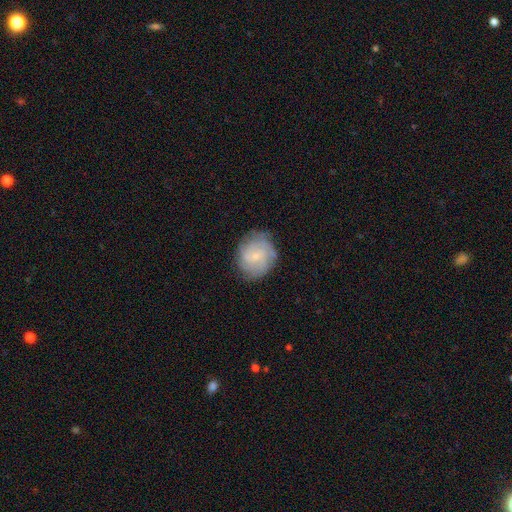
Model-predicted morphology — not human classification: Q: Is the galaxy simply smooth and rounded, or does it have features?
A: featured or disk — 65%.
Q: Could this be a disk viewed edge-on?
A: no — 98%.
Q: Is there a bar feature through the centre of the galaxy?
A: no — 61%.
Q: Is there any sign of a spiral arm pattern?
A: yes — 92%.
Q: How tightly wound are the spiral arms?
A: tight — 57%.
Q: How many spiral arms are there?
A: can't tell — 35%.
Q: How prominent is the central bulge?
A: small — 73%.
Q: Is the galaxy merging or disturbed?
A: none — 77%.